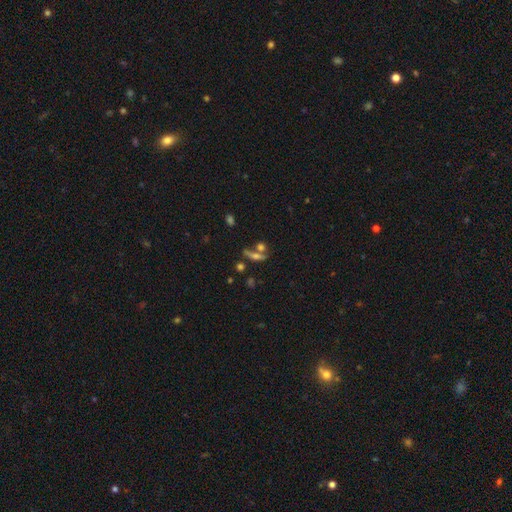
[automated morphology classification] A smooth galaxy with no disk features (44%). Merging: none (54%).